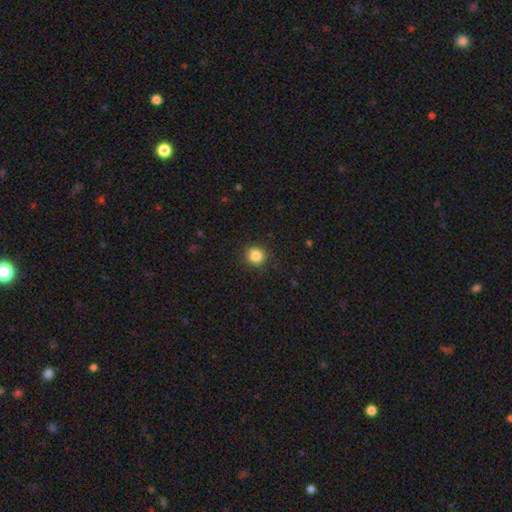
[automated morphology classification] A smooth galaxy with no disk features (85%) that is round (90%). Merging: none (90%).